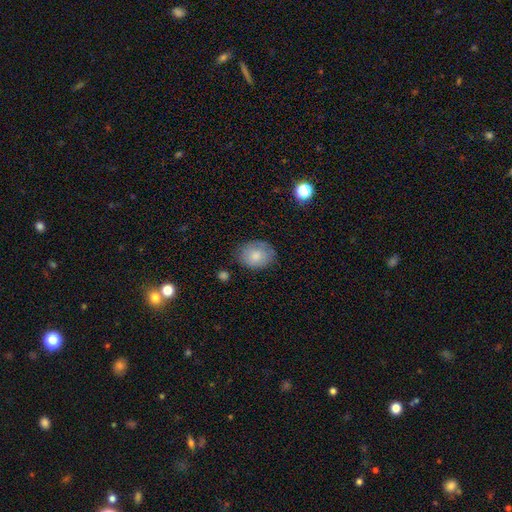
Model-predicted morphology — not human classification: smooth-or-featured: smooth: 80% | featured or disk: 13% | star or artifact: 7%
  how-rounded: in between: 54% | round: 45% | cigar-shaped: 1%
  merging: none: 74% | minor disturbance: 19% | major disturbance: 5% | merger: 2%